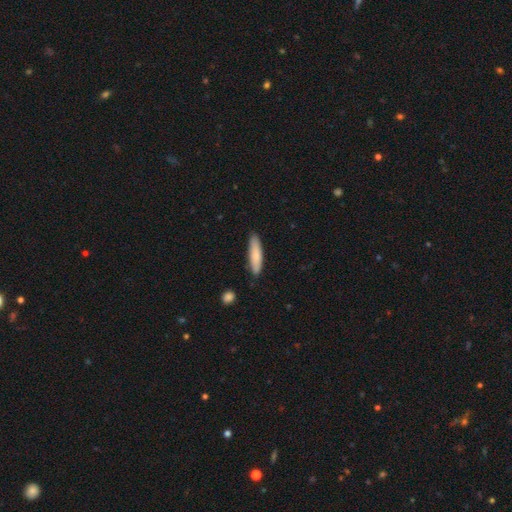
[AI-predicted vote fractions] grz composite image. It shows a smooth galaxy with no disk features (80%) that is cigar-shaped (76%). Merging: none (86%).